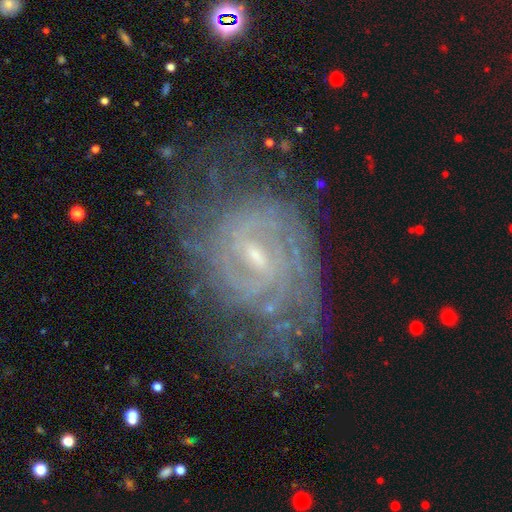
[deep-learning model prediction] This is clearly a featured or disk galaxy (85%). It is clearly not viewed edge-on (97%). Bar: possibly weak (60%). Spiral arm pattern: clearly yes (94%). Spiral arm count: marginally can't tell (44%). Spiral winding: likely tight (66%). Central bulge: likely small (67%). Merging: likely none (64%).